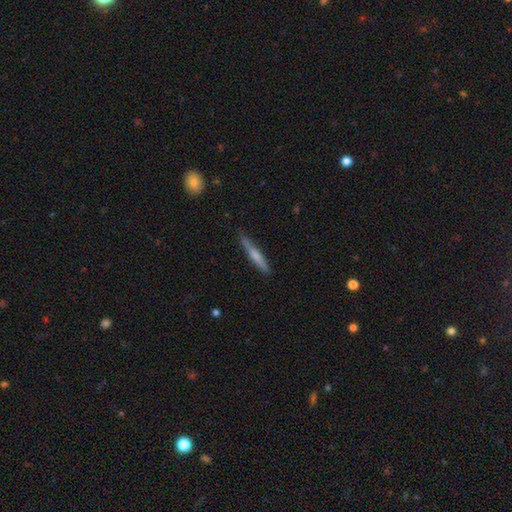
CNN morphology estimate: smooth-or-featured: smooth: 54% | featured or disk: 40% | star or artifact: 6%
  how-rounded: cigar-shaped: 95% | in between: 4% | round: 1%
  merging: none: 84% | minor disturbance: 12% | major disturbance: 2% | merger: 1%